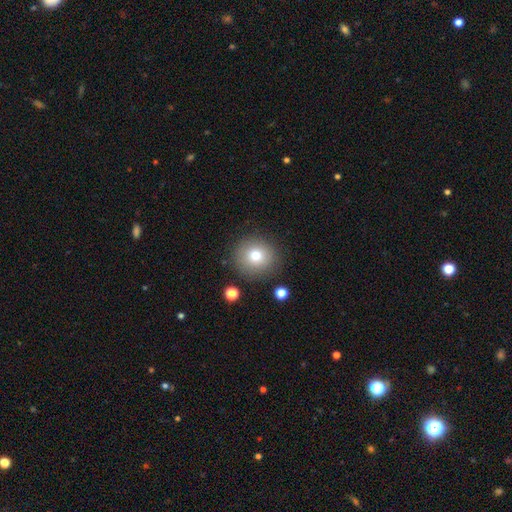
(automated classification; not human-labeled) smooth-or-featured: smooth: 77% | featured or disk: 12% | star or artifact: 11%
  how-rounded: round: 92% | in between: 7% | cigar-shaped: 1%
  merging: none: 86% | minor disturbance: 9% | major disturbance: 3% | merger: 2%